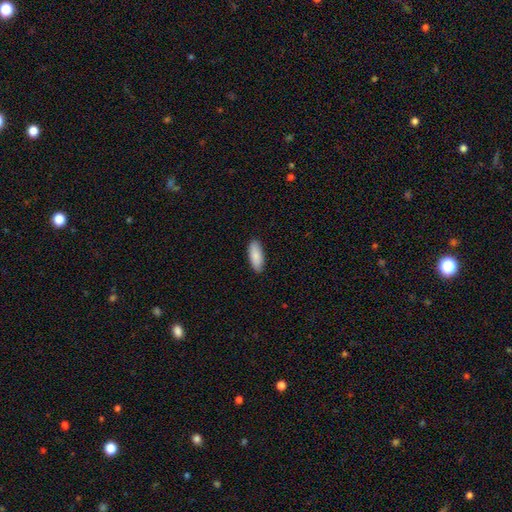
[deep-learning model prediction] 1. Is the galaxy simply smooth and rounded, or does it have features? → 88% smooth, 6% featured or disk, 5% star or artifact.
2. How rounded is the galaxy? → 75% in between, 23% cigar-shaped, 2% round.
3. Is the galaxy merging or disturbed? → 89% none, 8% minor disturbance, 2% major disturbance, 1% merger.